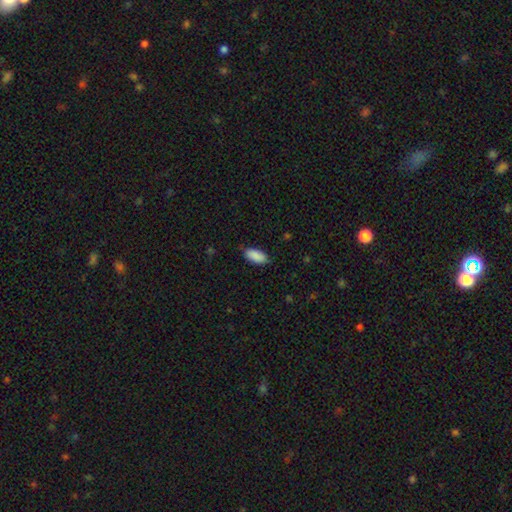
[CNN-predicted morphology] Q: Smooth or featured?
A: smooth (90%); runner-up: star or artifact (6%)
Q: How rounded?
A: in between (89%); runner-up: cigar-shaped (9%)
Q: Merging?
A: none (83%); runner-up: minor disturbance (14%)